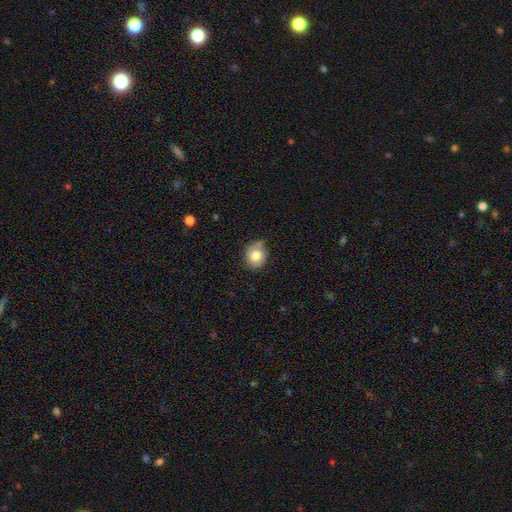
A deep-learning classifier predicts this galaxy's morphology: This is likely a smooth galaxy (78%). How rounded: likely round (68%). Merging: likely none (67%).